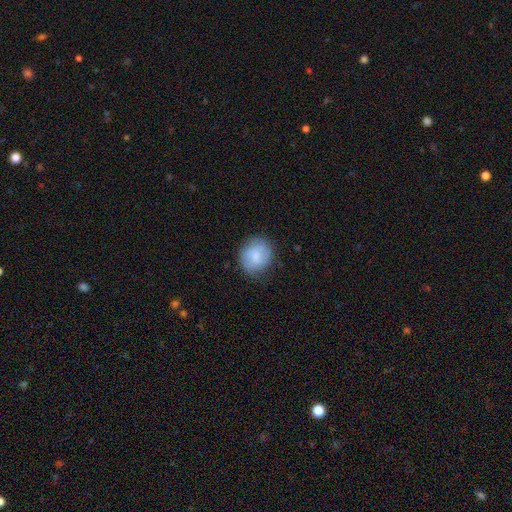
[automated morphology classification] Smooth or featured?
  - smooth: 68% *
  - featured or disk: 25%
  - star or artifact: 7%
How rounded?
  - round: 79% *
  - in between: 20%
  - cigar-shaped: 1%
Merging?
  - none: 79% *
  - minor disturbance: 16%
  - major disturbance: 4%
  - merger: 1%